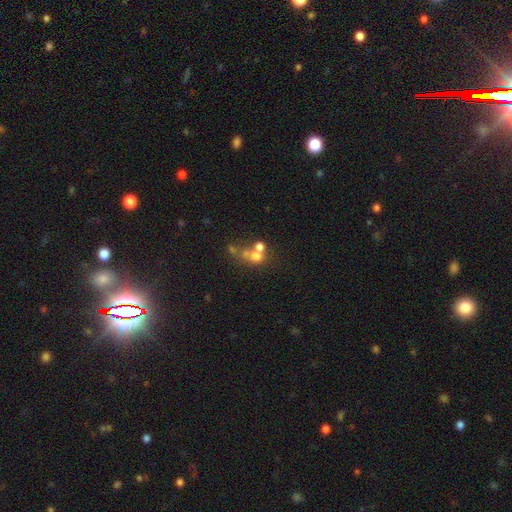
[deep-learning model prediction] This appears to be a smooth galaxy with no disk features (57%) that is round (75%). Merging: merger (53%).